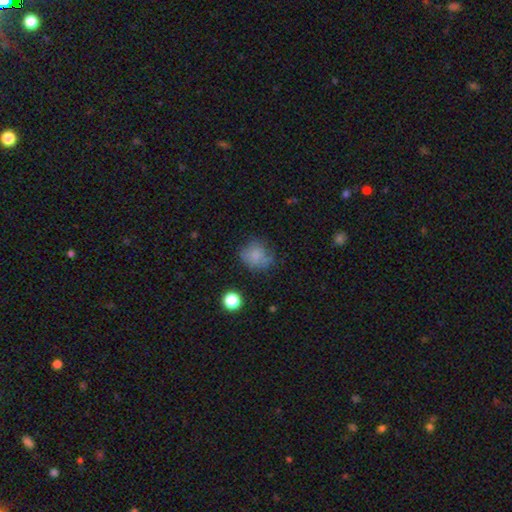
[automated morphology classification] Overall: smooth (75%). How rounded: round (71%). Merging: none (59%; minor disturbance 26%).